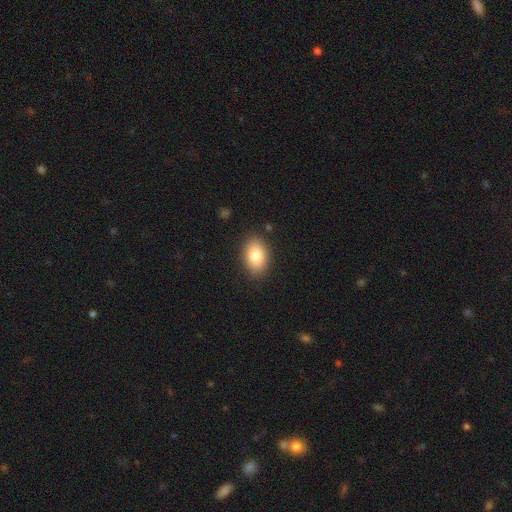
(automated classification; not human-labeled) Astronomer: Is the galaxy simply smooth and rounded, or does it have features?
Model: smooth — 84%.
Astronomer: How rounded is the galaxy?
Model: in between — 87%.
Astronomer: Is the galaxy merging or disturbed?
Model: none — 87%.